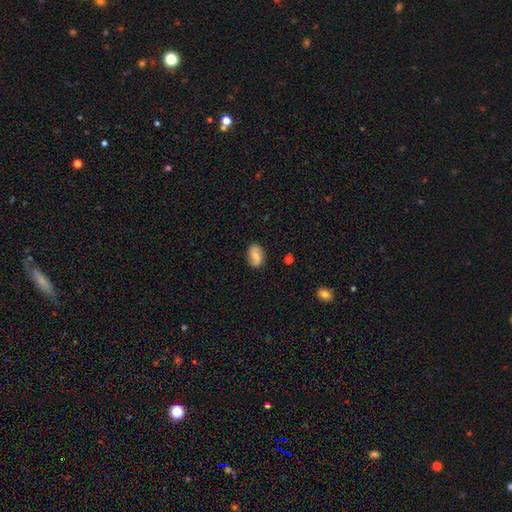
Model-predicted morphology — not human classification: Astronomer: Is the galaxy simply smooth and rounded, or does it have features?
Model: smooth — 58% (runner-up: featured or disk, 34%).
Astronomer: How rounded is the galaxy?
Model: in between — 85%.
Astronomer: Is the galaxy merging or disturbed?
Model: none — 81%.